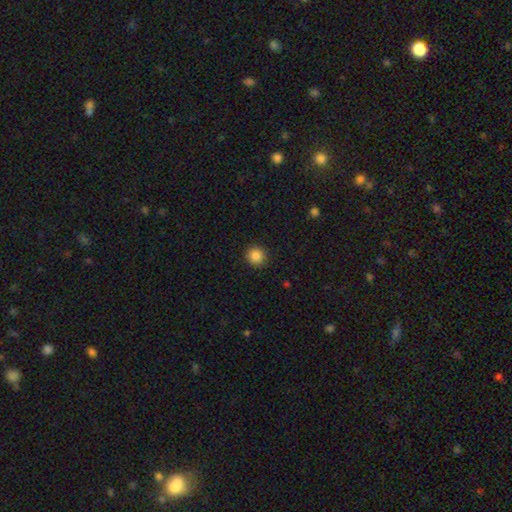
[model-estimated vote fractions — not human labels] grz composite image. It shows a smooth galaxy with no disk features (87%) that is round (93%). Merging: none (92%).